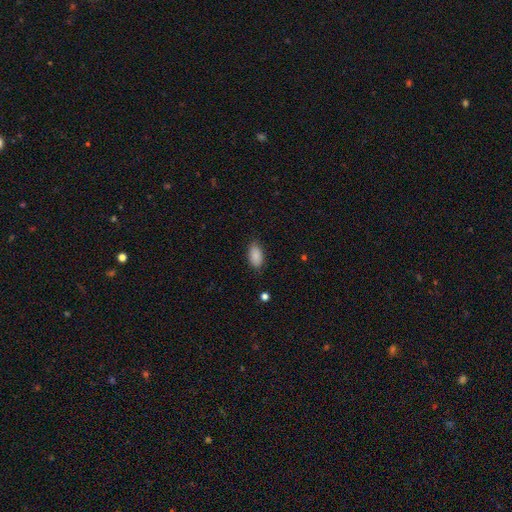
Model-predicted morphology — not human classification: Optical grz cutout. It shows a smooth galaxy with no disk features (89%) that is in between round and cigar-shaped (93%). Merging: none (83%).